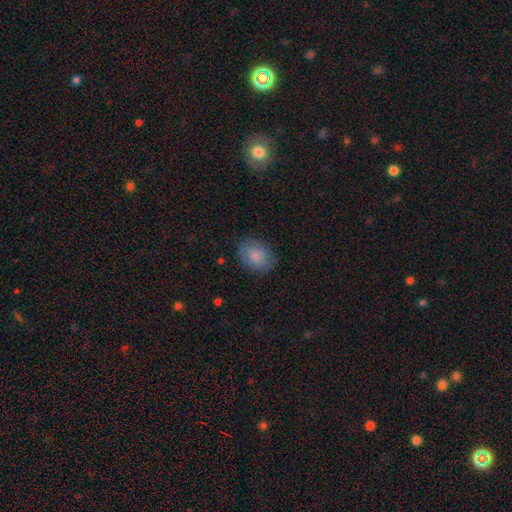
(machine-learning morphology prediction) A smooth galaxy with no disk features (84%) that is in between round and cigar-shaped (65%). Merging: none (81%).